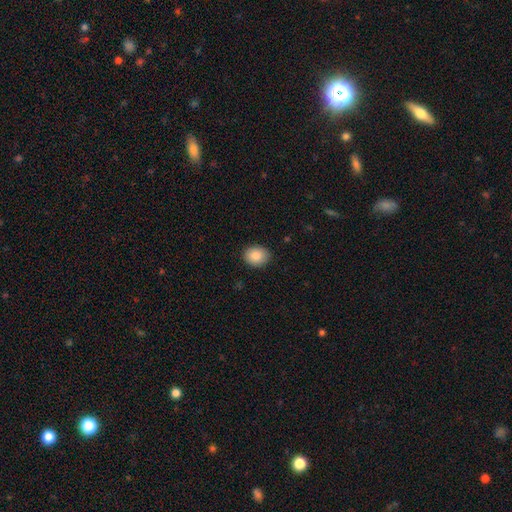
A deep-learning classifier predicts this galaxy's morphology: Q: Smooth or featured?
A: smooth (86%); runner-up: star or artifact (8%)
Q: How rounded?
A: in between (51%); runner-up: round (48%)
Q: Merging?
A: none (87%); runner-up: minor disturbance (10%)